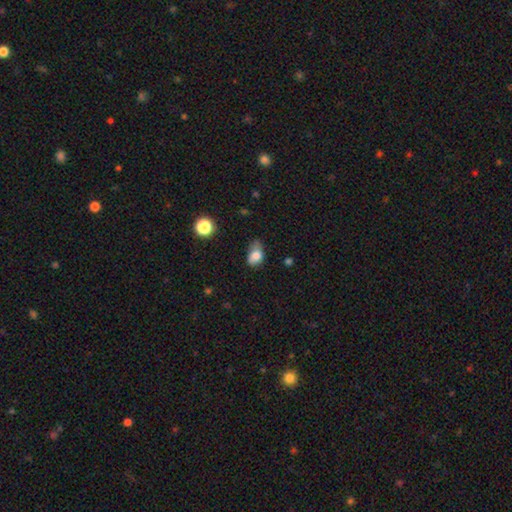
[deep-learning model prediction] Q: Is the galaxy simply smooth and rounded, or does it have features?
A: smooth — 78%.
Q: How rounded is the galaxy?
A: in between — 78%.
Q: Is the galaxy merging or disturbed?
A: minor disturbance — 42%.